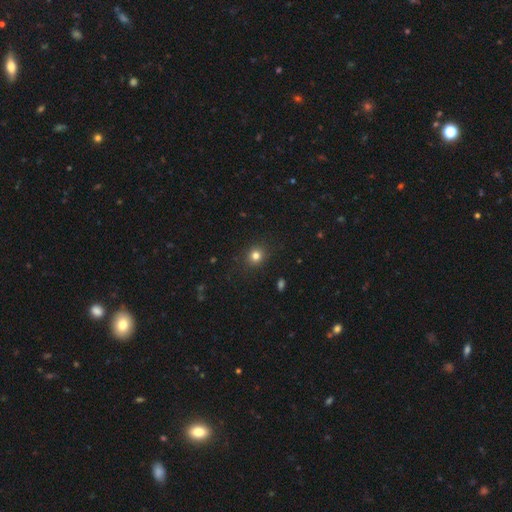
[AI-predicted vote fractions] smooth 80%, star or artifact 14%, featured or disk 6%. Down the decision tree: how rounded — round (83%); merging — none (89%).